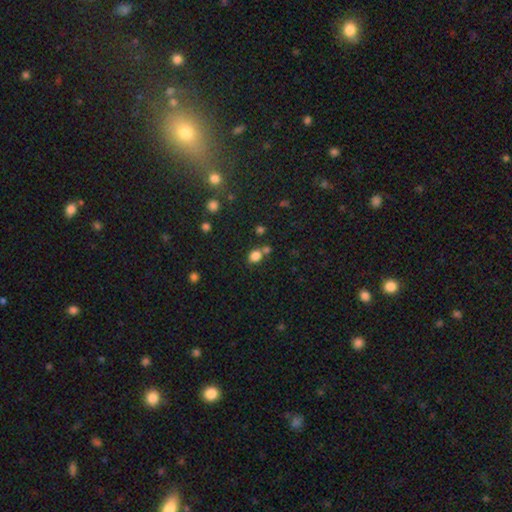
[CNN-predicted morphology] The model was most divided on "how rounded": round: 58%, in between: 41%, cigar-shaped: 1%. More confident: smooth or featured — smooth (81%); merging — none (60%).